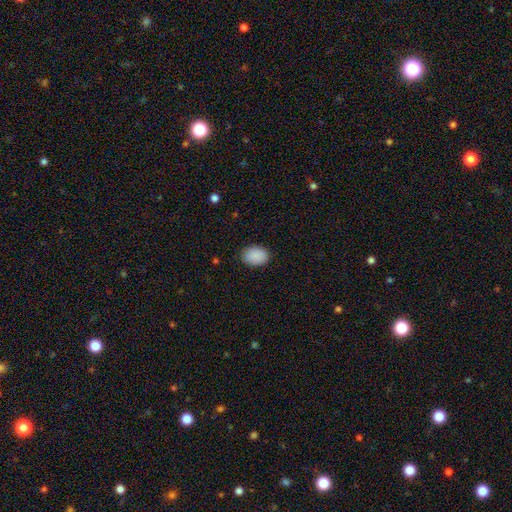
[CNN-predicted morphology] Smooth or featured: smooth — 90% (star or artifact — 7%)
How rounded: in between — 75% (round — 24%)
Merging: none — 88% (minor disturbance — 9%)